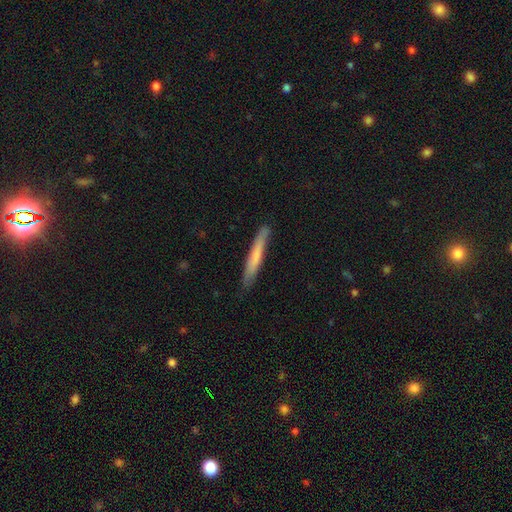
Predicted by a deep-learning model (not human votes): The model was most divided on "smooth or featured": smooth: 66%, featured or disk: 29%, star or artifact: 5%. More confident: how rounded — cigar-shaped (96%); merging — none (86%).